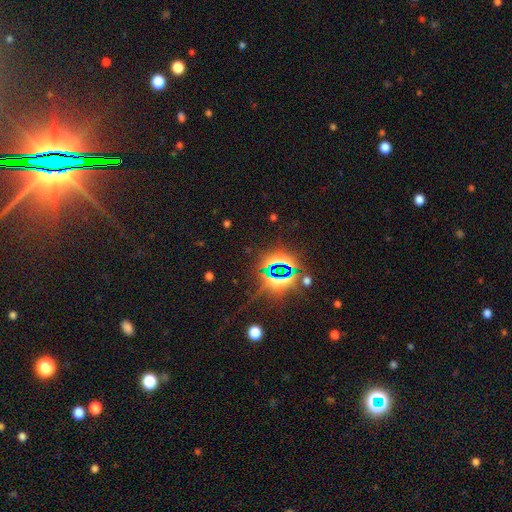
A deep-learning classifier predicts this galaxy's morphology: Smooth or featured? star or artifact (71%)